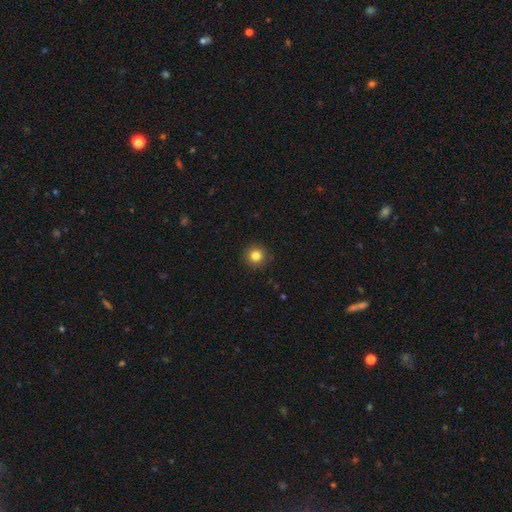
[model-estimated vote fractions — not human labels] A smooth galaxy with no disk features (83%) that is round (95%). Merging: none (92%).